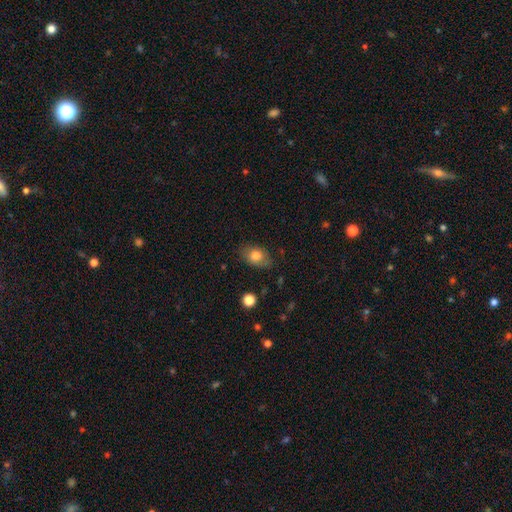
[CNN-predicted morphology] Smooth or featured: smooth — 79% (featured or disk — 13%)
How rounded: in between — 81% (round — 17%)
Merging: none — 77% (minor disturbance — 18%)